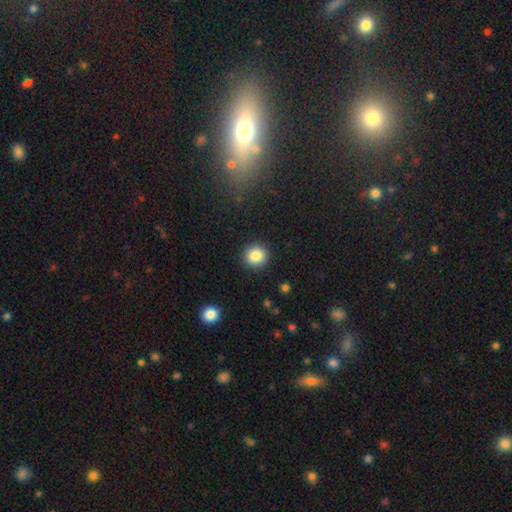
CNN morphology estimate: This appears to be a smooth galaxy with no disk features (86%) that is round (90%). Merging: none (91%).